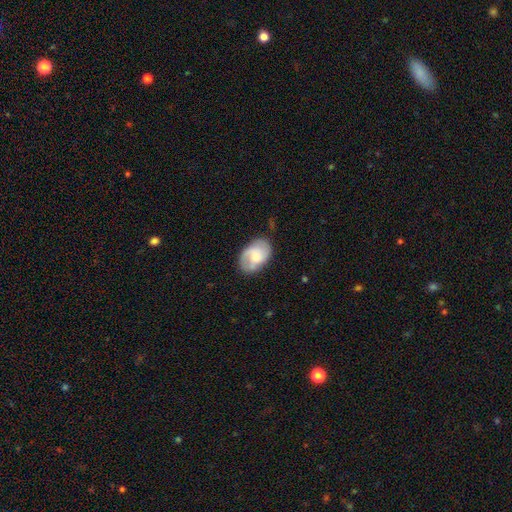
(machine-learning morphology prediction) Smooth or featured: featured or disk — 55% (smooth — 39%)
Edge-on disk: no — 97% (yes — 3%)
Bar: no — 62% (weak — 33%)
Spiral arms: yes — 88% (no — 12%)
Bulge size: moderate — 36% (small — 28%)
Merging: none — 68% (minor disturbance — 22%)